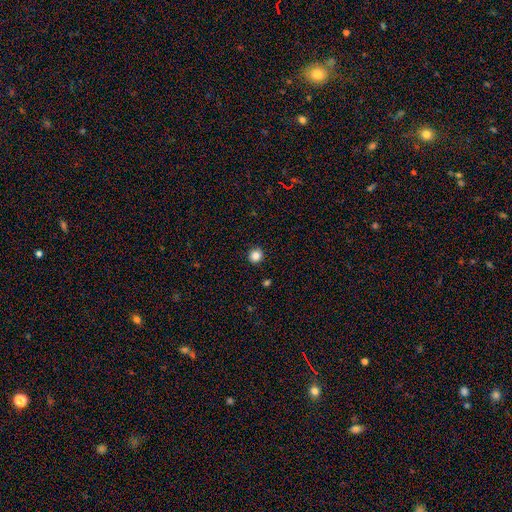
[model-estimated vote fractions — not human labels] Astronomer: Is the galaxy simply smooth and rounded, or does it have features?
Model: smooth — 85%.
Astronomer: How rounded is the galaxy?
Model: round — 92%.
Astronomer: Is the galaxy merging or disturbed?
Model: none — 92%.